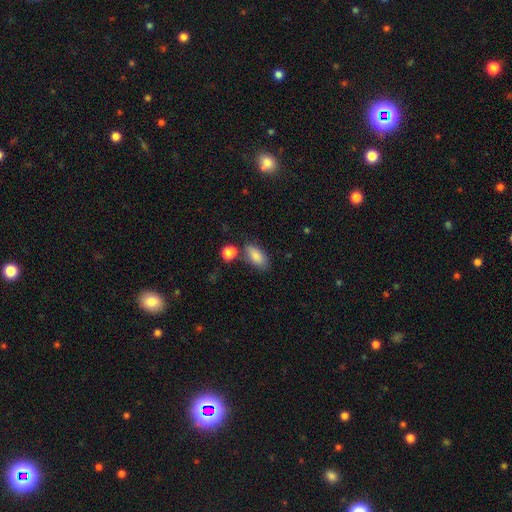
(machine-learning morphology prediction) Smooth or featured? Predicted: smooth (p=0.84). How rounded? Predicted: in between (p=0.90). Merging? Predicted: none (p=0.63).